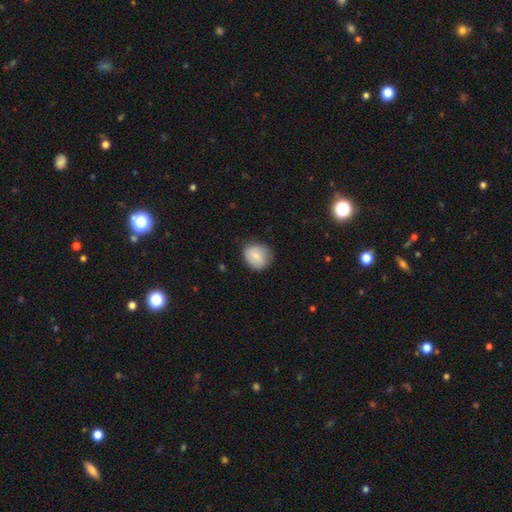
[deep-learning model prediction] The model was most divided on "merging": none: 74%, minor disturbance: 21%, major disturbance: 4%, merger: 1%. More confident: how rounded — round (78%); smooth or featured — smooth (76%).